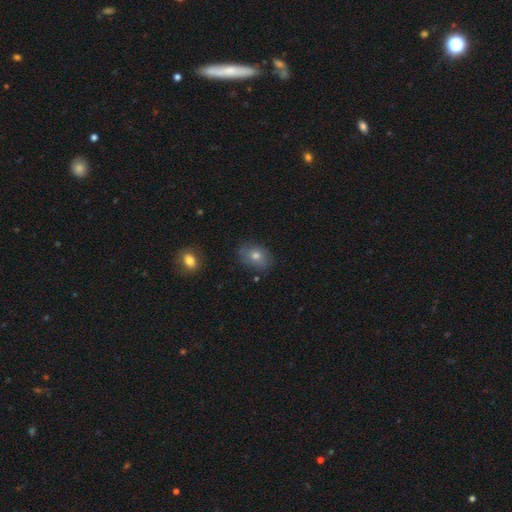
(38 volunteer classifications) Volunteers were most divided on "smooth or featured": smooth: 63%, featured or disk: 34%, star or artifact: 3%. More confident: merging — none (84%); how rounded — in between (83%).